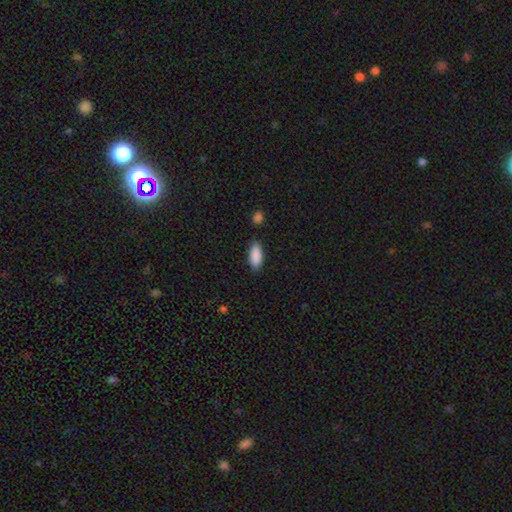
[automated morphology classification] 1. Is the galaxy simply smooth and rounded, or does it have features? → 90% smooth, 6% star or artifact, 4% featured or disk.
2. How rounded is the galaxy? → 78% in between, 21% cigar-shaped, 2% round.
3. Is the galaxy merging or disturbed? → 83% none, 11% minor disturbance, 3% merger, 2% major disturbance.